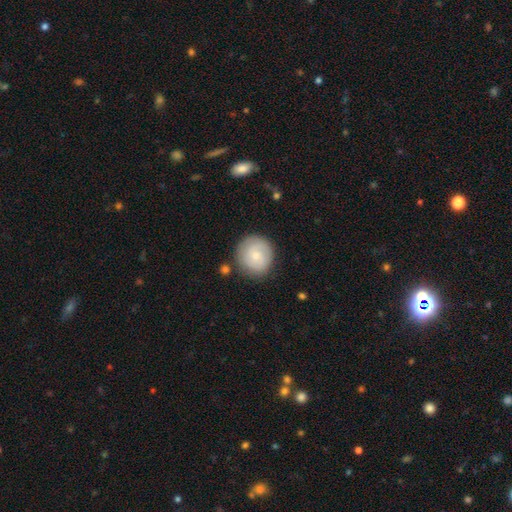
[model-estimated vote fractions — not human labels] Q: Smooth or featured?
A: smooth (68%); runner-up: featured or disk (26%)
Q: How rounded?
A: round (91%); runner-up: in between (9%)
Q: Merging?
A: none (80%); runner-up: minor disturbance (14%)